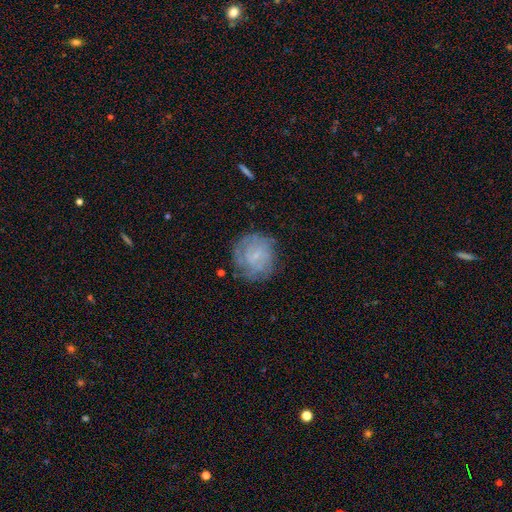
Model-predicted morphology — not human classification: This is likely a featured or disk galaxy (60%). It is clearly not viewed edge-on (98%). Bar: possibly no (59%). Spiral arm pattern: clearly yes (80%). Central bulge: likely small (69%). Merging: likely none (73%).